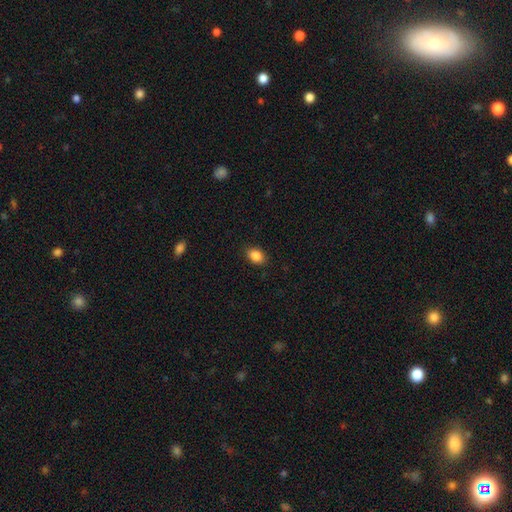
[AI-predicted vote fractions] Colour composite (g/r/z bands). It shows a smooth galaxy with no disk features (87%) that is in between round and cigar-shaped (76%). Merging: none (88%).